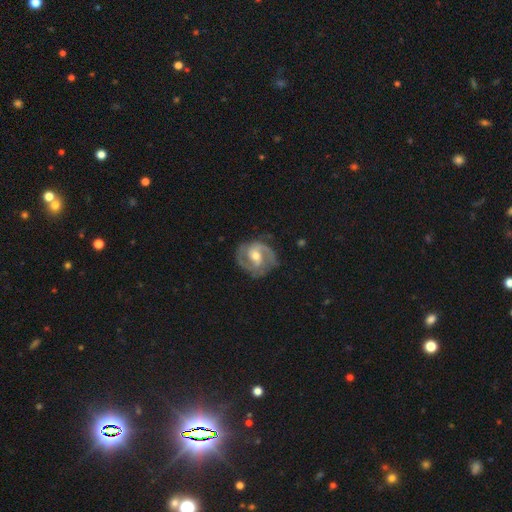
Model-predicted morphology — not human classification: This appears to be a featured or disk galaxy (87%) with a weak bar (48%), 2 (82%) medium (51%) spiral arms (96%) and a moderate central bulge (69%). Merging: none (76%).